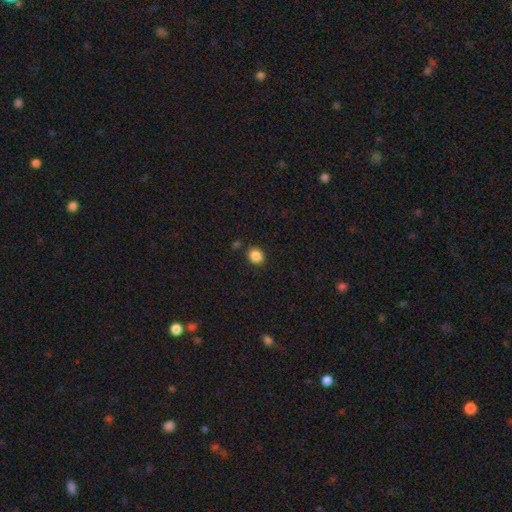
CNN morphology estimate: A smooth galaxy with no disk features (86%) that is round (69%).

Vote fractions:
- Smooth or featured? smooth: 86% / star or artifact: 10% / featured or disk: 3%
- How rounded? round: 69% / in between: 31% / cigar-shaped: 1%
- Merging? none: 84% / minor disturbance: 10% / merger: 4% / major disturbance: 3%